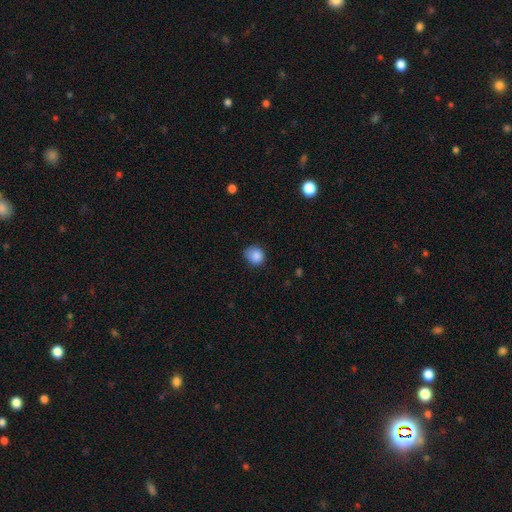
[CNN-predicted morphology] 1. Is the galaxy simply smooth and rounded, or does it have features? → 86% smooth, 9% star or artifact, 4% featured or disk.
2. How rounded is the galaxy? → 78% round, 21% in between, 1% cigar-shaped.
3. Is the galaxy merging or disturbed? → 68% none, 26% minor disturbance, 5% major disturbance, 1% merger.